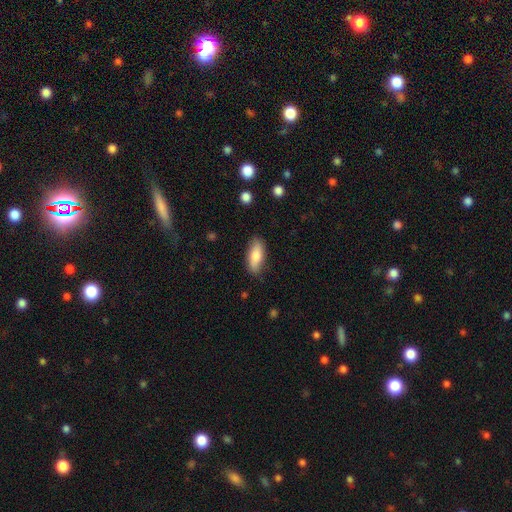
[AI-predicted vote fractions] Smooth or featured? smooth (79%)
How rounded? in between (76%)
Merging? none (83%)